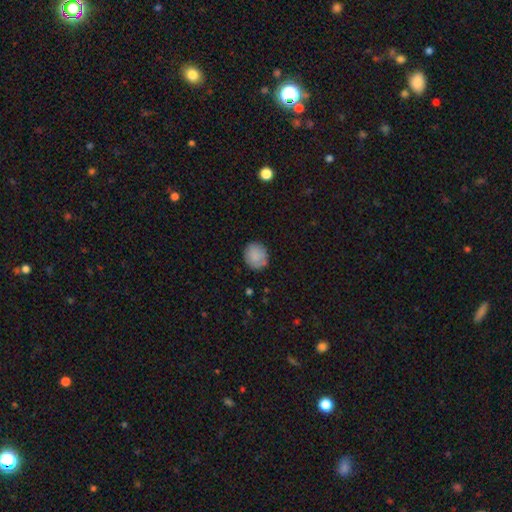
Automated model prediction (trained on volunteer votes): smooth_or_featured: smooth (p=0.84) [alt: featured or disk p=0.08]
how_rounded: round (p=0.75) [alt: in between p=0.24]
merging: none (p=0.81) [alt: minor disturbance p=0.14]